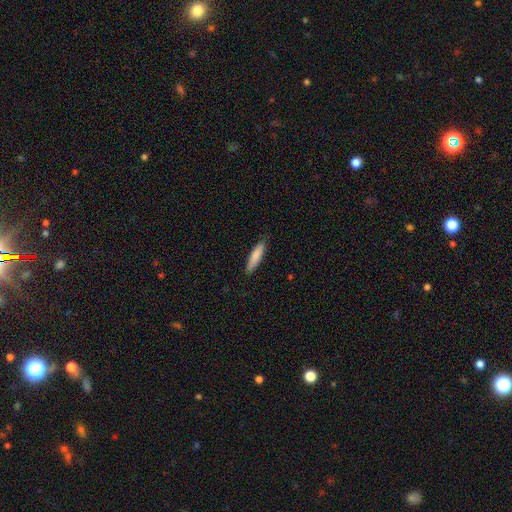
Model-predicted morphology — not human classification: The model was most divided on "how rounded": cigar-shaped: 79%, in between: 20%, round: 1%. More confident: merging — none (87%); smooth or featured — smooth (83%).